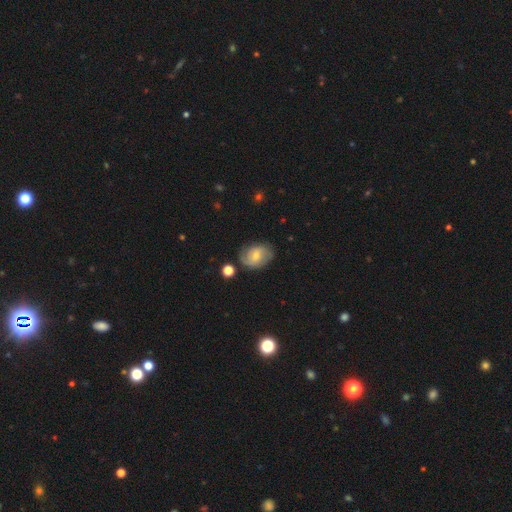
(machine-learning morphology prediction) A featured or disk galaxy (57%) with no bar (48%), spiral arms (86%) and a small central bulge (52%).

Vote fractions:
- Smooth or featured? featured or disk: 57% / smooth: 35% / star or artifact: 8%
- Edge-on disk? no: 96% / yes: 4%
- Bar? no: 48% / weak: 44% / strong: 8%
- Spiral arms? yes: 86% / no: 14%
- Bulge size? small: 52% / moderate: 42% / none: 3% / large: 2% / dominant: 1%
- Merging? none: 71% / minor disturbance: 20% / major disturbance: 7% / merger: 3%